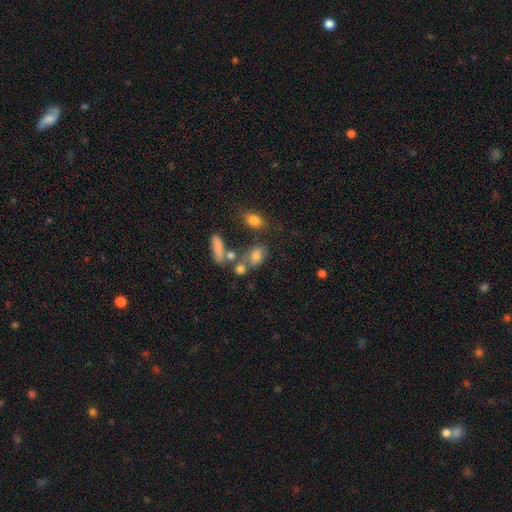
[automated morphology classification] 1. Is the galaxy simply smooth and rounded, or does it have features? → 73% smooth, 15% featured or disk, 13% star or artifact.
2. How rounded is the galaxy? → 75% in between, 20% round, 5% cigar-shaped.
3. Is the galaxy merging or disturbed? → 45% none, 27% merger, 17% minor disturbance, 11% major disturbance.